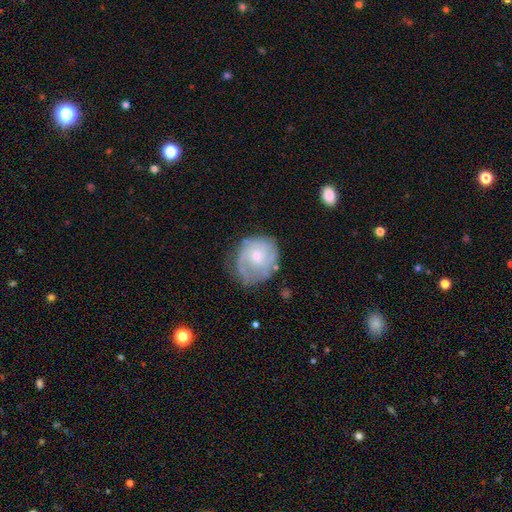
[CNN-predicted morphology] Smooth or featured? featured or disk (70%)
Edge-on disk? no (98%)
Bar? no (71%)
Spiral arms? yes (84%)
Spiral winding? tight (49%)
Spiral arm count? can't tell (36%)
Bulge size? small (49%)
Merging? none (58%)